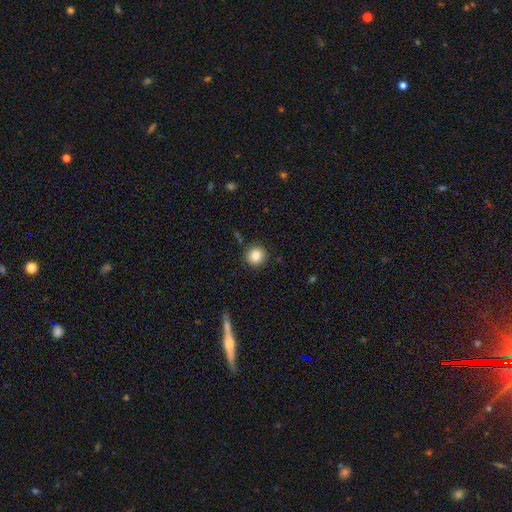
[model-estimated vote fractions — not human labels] smooth_or_featured: smooth (p=0.86) [alt: star or artifact p=0.10]
how_rounded: round (p=0.92) [alt: in between p=0.07]
merging: none (p=0.87) [alt: minor disturbance p=0.09]